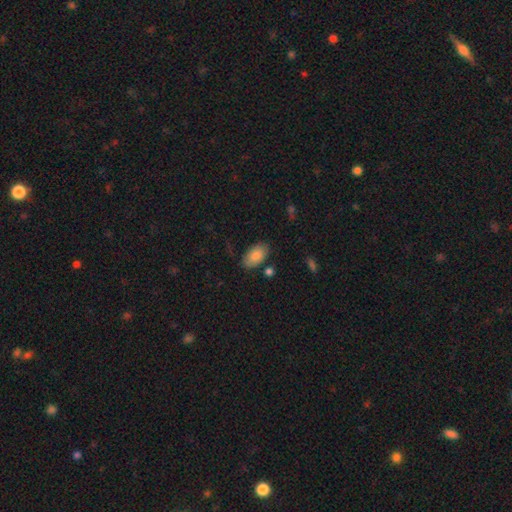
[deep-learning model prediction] Overall: smooth (85%). How rounded: in between (94%). Merging: none (78%).